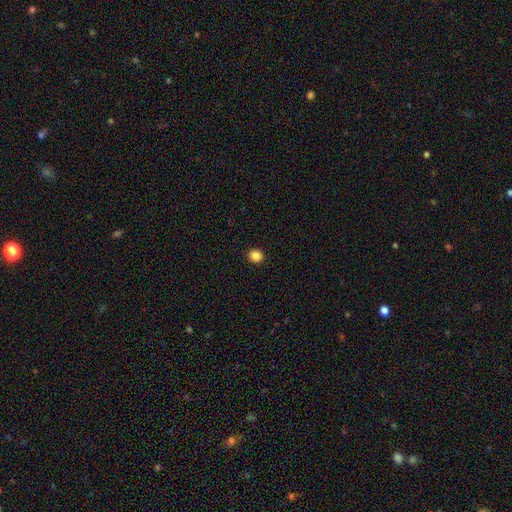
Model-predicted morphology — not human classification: smooth 86%, star or artifact 11%, featured or disk 3%. Down the decision tree: how rounded — round (84%); merging — none (93%).